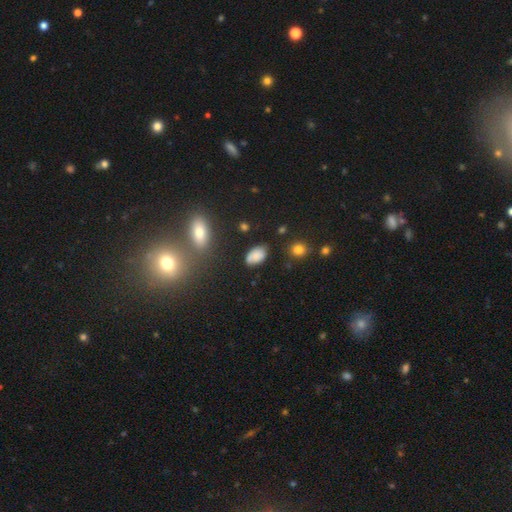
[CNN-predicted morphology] Smooth or featured? smooth (76%)
How rounded? in between (91%)
Merging? none (69%)